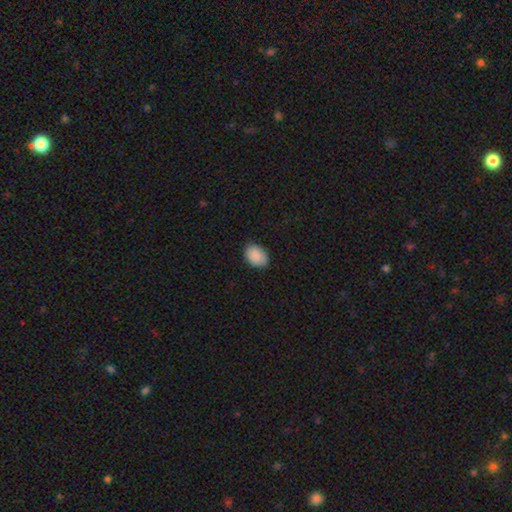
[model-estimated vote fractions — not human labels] This appears to be a smooth galaxy with no disk features (89%) that is in between round and cigar-shaped (73%). Merging: none (84%).